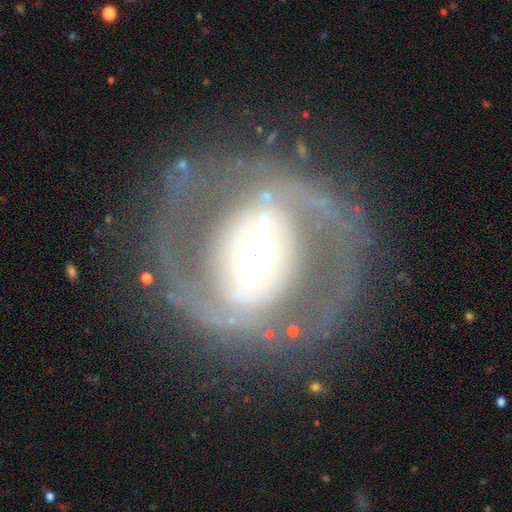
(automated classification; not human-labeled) Smooth or featured?
  - featured or disk: 81% *
  - smooth: 13%
  - star or artifact: 6%
Edge-on disk?
  - no: 88% *
  - yes: 12%
Bar?
  - strong: 64% *
  - weak: 21%
  - no: 15%
Spiral arms?
  - yes: 59% *
  - no: 41%
Bulge size?
  - moderate: 51% *
  - large: 32%
  - small: 10%
  - dominant: 7%
  - none: 1%
Merging?
  - none: 65% *
  - major disturbance: 20%
  - minor disturbance: 13%
  - merger: 3%